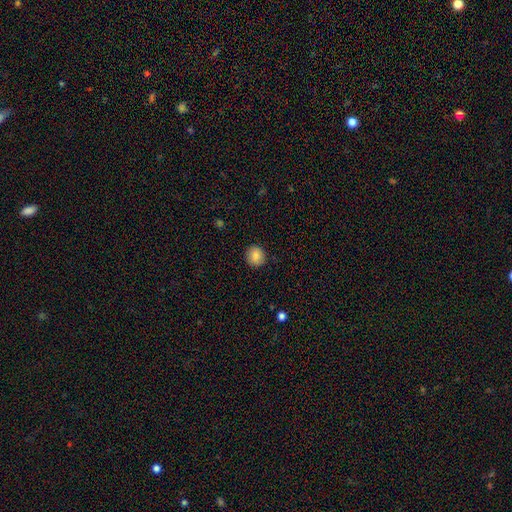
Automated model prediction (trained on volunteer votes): Morphology: type=smooth (84%); roundness=round (92%); merging=none (92%).